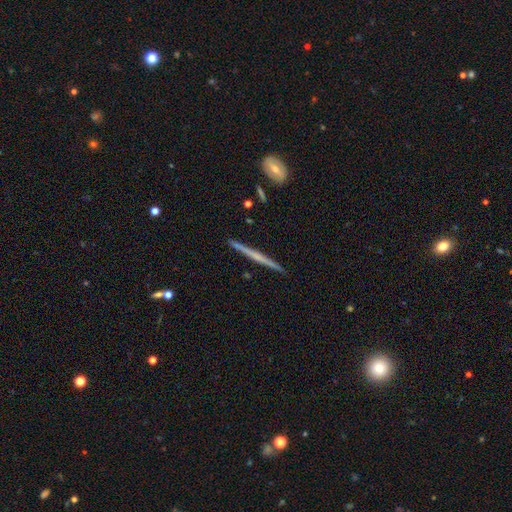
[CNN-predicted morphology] featured or disk 67%, smooth 27%, star or artifact 6%. Down the decision tree: edge-on disk — yes (98%); edge-on bulge — none (63%); merging — none (92%).